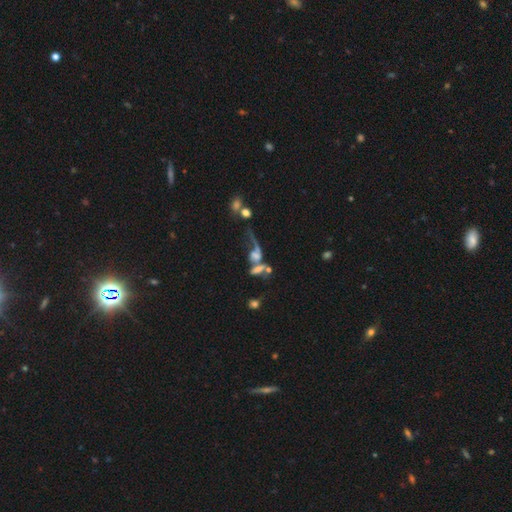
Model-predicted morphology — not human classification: smooth_or_featured: featured or disk (p=0.48) [alt: smooth p=0.33]
merging: merger (p=0.48) [alt: major disturbance p=0.25]